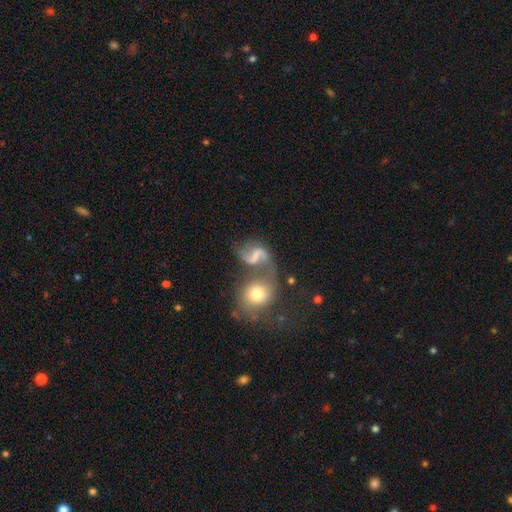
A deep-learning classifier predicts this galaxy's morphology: featured or disk 67%, smooth 23%, star or artifact 9%. Down the decision tree: edge-on disk — no (97%); bar — weak (45%); spiral arms — yes (87%); spiral arm count — 2 (86%); spiral winding — loose (67%); bulge size — none (37%); merging — none (36%).